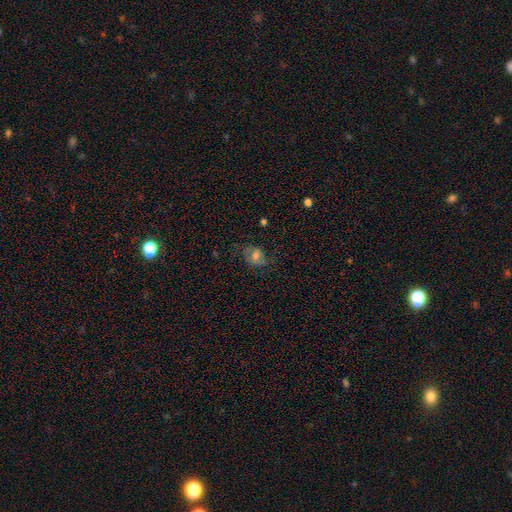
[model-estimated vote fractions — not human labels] Smooth or featured: smooth — 57% (featured or disk — 31%)
How rounded: round — 52% (in between — 46%)
Merging: none — 62% (minor disturbance — 23%)